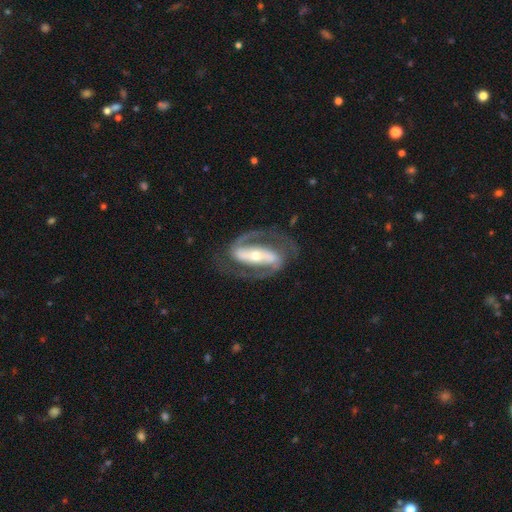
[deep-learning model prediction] Smooth or featured?
  - featured or disk: 90% *
  - smooth: 6%
  - star or artifact: 4%
Edge-on disk?
  - no: 94% *
  - yes: 6%
Bar?
  - strong: 71% *
  - weak: 16%
  - no: 13%
Spiral arms?
  - yes: 94% *
  - no: 6%
Spiral winding?
  - medium: 52% *
  - tight: 32%
  - loose: 16%
Spiral arm count?
  - 2: 91% *
  - can't tell: 3%
  - 1: 3%
  - 3: 1%
  - 4: 1%
  - more than 4: 1%
Bulge size?
  - moderate: 48% *
  - small: 43%
  - large: 6%
  - dominant: 1%
  - none: 1%
Merging?
  - none: 77% *
  - minor disturbance: 13%
  - major disturbance: 9%
  - merger: 1%